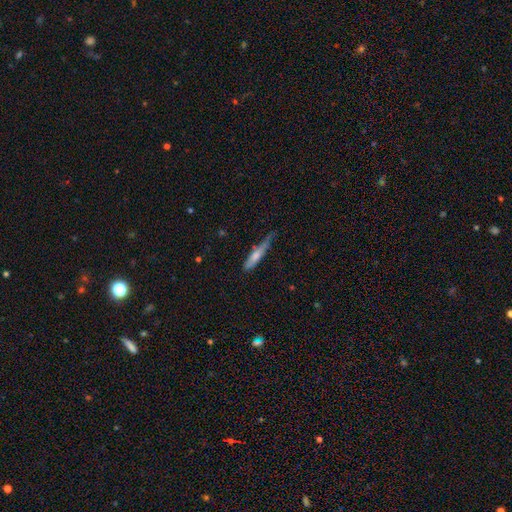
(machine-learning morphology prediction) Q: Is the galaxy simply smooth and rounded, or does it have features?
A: smooth — 64%.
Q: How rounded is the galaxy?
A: cigar-shaped — 85%.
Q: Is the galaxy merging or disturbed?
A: none — 47%.